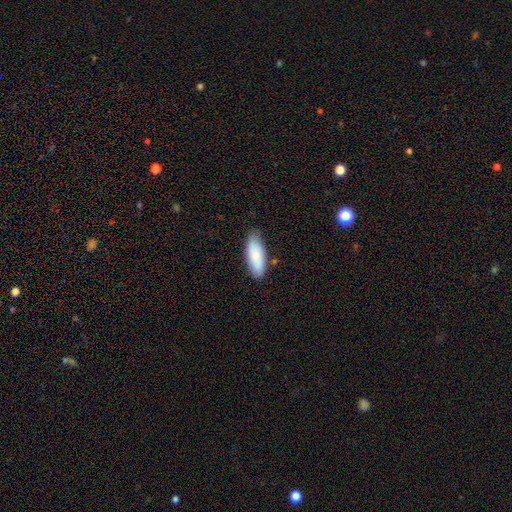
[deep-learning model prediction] This is clearly a smooth galaxy (82%). How rounded: likely in between (73%). Merging: likely none (78%).